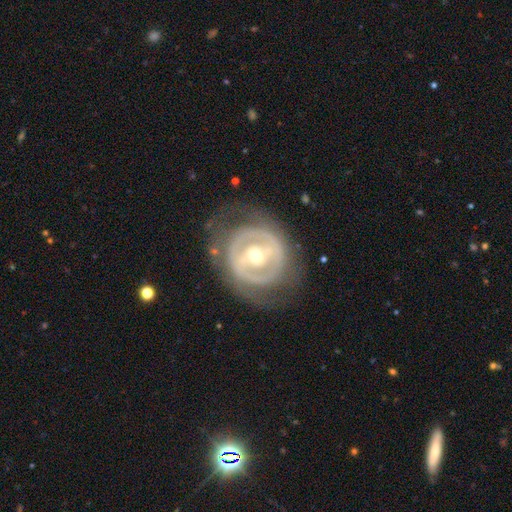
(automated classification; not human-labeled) A featured or disk galaxy (80%) with a strong bar (39%), no spiral arms (53%) and a moderate central bulge (48%, tied with small). Merging: none (69%).